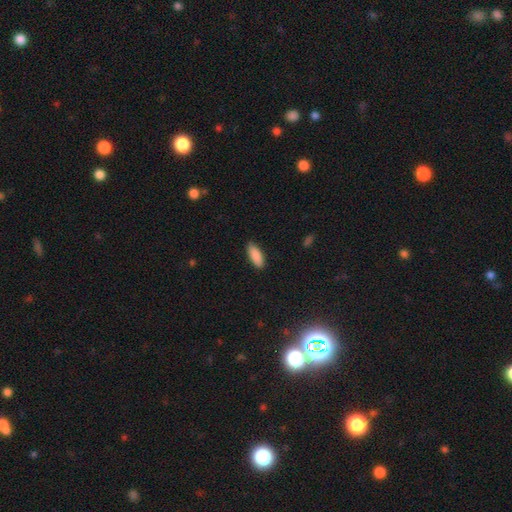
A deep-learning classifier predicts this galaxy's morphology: Q: Smooth or featured?
A: smooth (90%); runner-up: star or artifact (6%)
Q: How rounded?
A: in between (73%); runner-up: cigar-shaped (25%)
Q: Merging?
A: none (87%); runner-up: minor disturbance (10%)